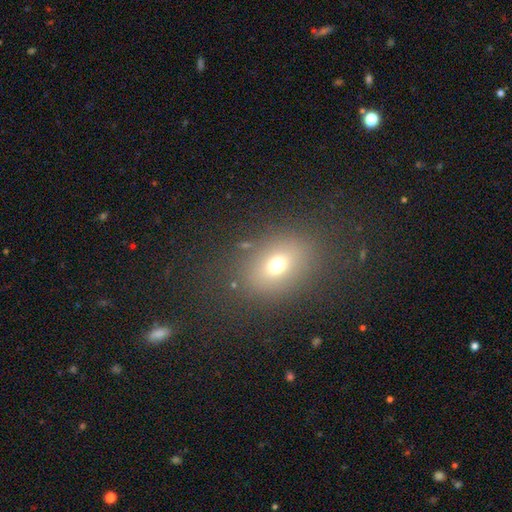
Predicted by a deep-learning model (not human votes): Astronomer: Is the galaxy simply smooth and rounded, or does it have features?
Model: smooth — 63%.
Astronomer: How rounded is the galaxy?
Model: in between — 63%.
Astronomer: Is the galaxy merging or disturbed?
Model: none — 85%.